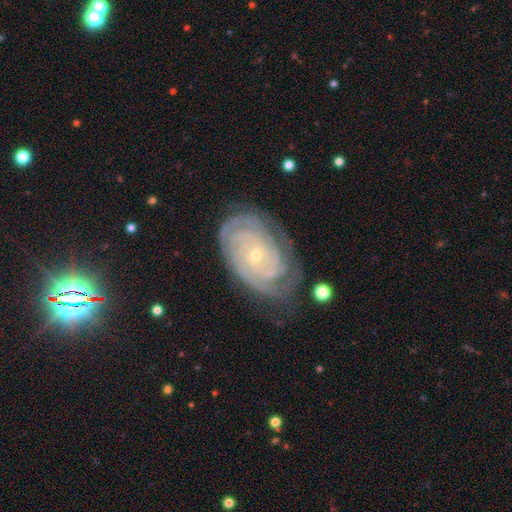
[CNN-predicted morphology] Smooth or featured: featured or disk — 88% (star or artifact — 6%)
Edge-on disk: no — 96% (yes — 4%)
Bar: no — 69% (weak — 23%)
Spiral arms: yes — 98% (no — 2%)
Spiral winding: tight — 85% (medium — 13%)
Spiral arm count: can't tell — 24% (4 — 23%)
Bulge size: small — 79% (moderate — 18%)
Merging: none — 73% (minor disturbance — 19%)